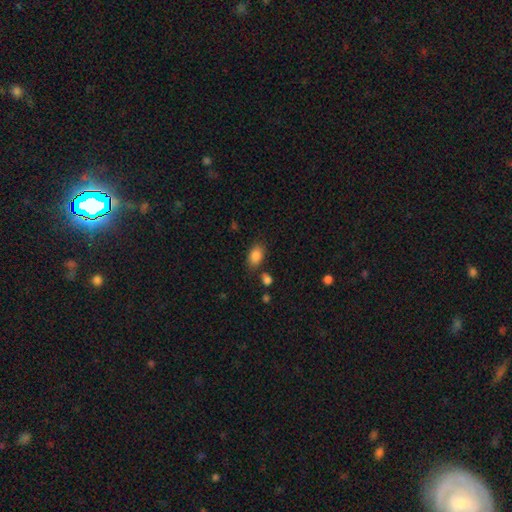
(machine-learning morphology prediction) This is clearly a smooth galaxy (86%). How rounded: clearly in between (86%). Merging: likely none (77%).